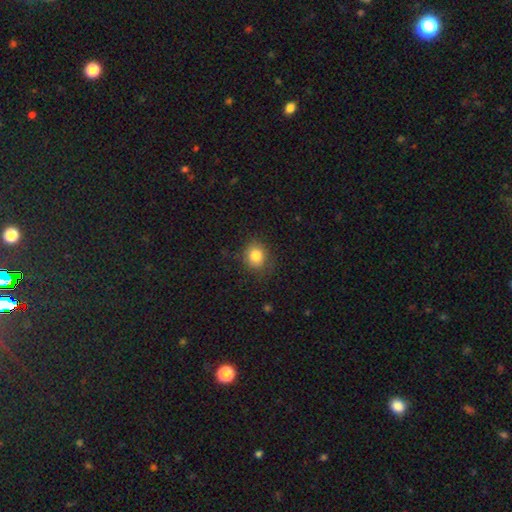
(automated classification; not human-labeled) This is clearly a smooth galaxy (82%). How rounded: likely round (74%). Merging: clearly none (80%).